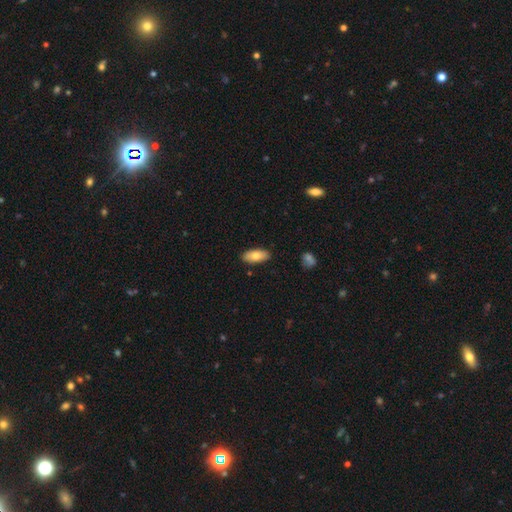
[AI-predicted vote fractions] smooth-or-featured: smooth: 78% | featured or disk: 16% | star or artifact: 6%
  how-rounded: in between: 87% | cigar-shaped: 11% | round: 2%
  merging: none: 87% | minor disturbance: 10% | major disturbance: 2% | merger: 1%